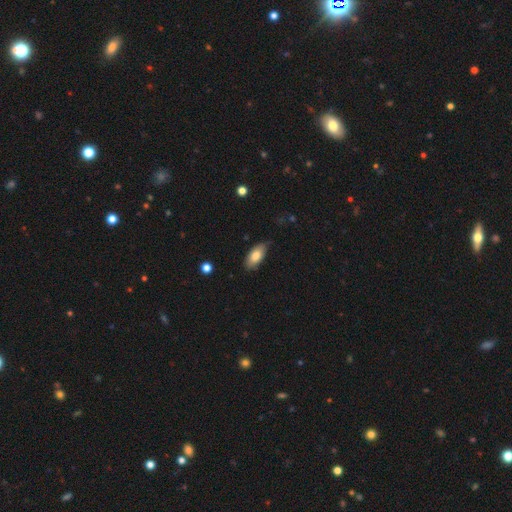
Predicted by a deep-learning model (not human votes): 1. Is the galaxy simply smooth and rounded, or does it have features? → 81% smooth, 13% featured or disk, 6% star or artifact.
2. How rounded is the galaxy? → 90% in between, 7% cigar-shaped, 3% round.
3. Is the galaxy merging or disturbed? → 74% none, 22% minor disturbance, 3% major disturbance, 1% merger.